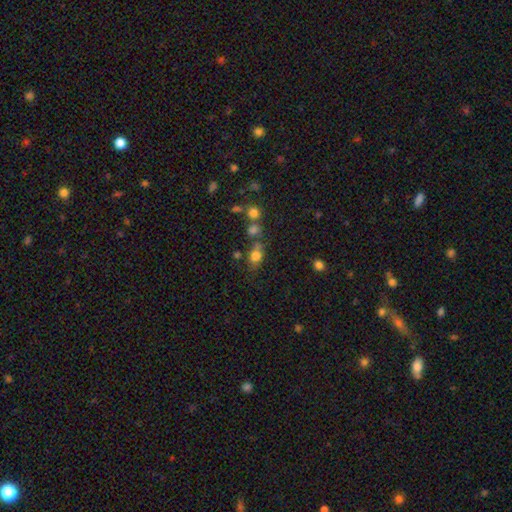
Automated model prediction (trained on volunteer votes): This is likely a smooth galaxy (77%). How rounded: likely in between (60%). Merging: possibly none (55%).